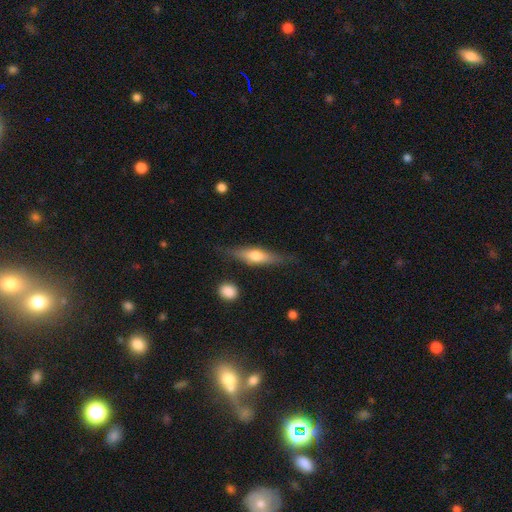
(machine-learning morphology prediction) A featured or disk galaxy (51%) viewed edge-on (91%). Merging: none (79%).